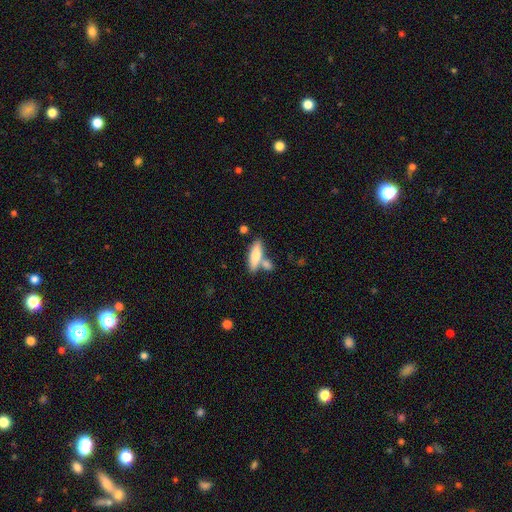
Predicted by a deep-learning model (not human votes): This appears to be a smooth galaxy with no disk features (72%) that is cigar-shaped (49%). Merging: none (57%).